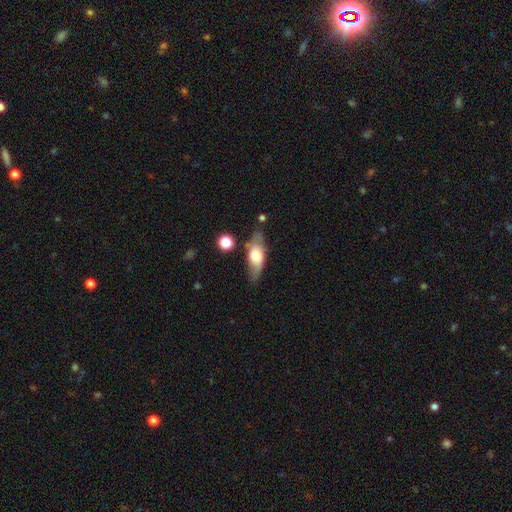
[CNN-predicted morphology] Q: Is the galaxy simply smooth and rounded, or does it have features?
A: smooth — 57%.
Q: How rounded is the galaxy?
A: in between — 69%.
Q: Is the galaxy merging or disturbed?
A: none — 69%.